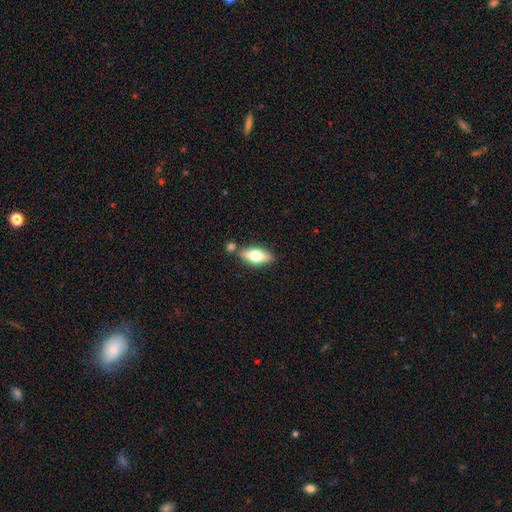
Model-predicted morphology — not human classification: A smooth galaxy with no disk features (58%) that is in between round and cigar-shaped (76%). Merging: none (74%).